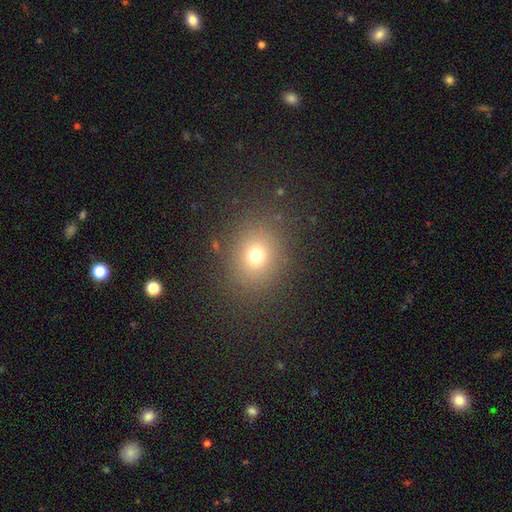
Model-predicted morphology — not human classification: smooth 72%, star or artifact 18%, featured or disk 9%. Down the decision tree: how rounded — round (69%); merging — none (85%).